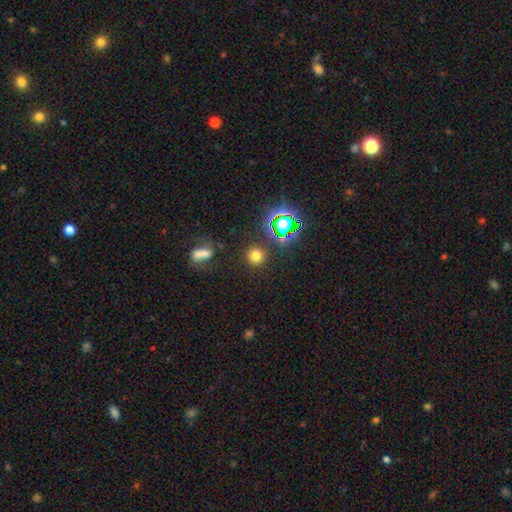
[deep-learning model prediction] Overall: smooth (70%). How rounded: round (92%). Merging: none (88%).